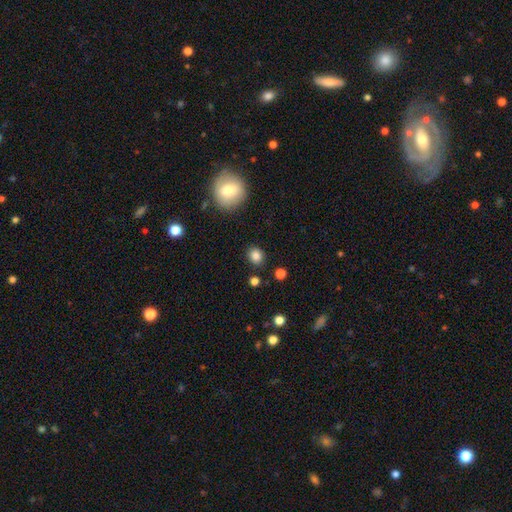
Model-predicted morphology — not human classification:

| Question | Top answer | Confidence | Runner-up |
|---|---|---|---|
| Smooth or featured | smooth | 84% | star or artifact (11%) |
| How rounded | round | 70% | in between (29%) |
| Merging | none | 86% | minor disturbance (8%) |